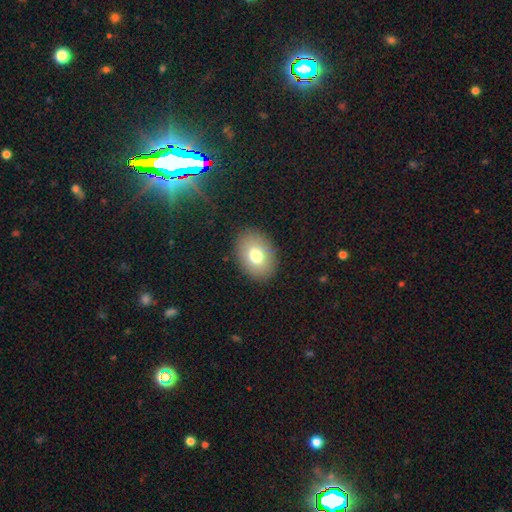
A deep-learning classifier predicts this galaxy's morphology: A smooth galaxy with no disk features (77%) that is in between round and cigar-shaped (75%). Merging: none (88%).